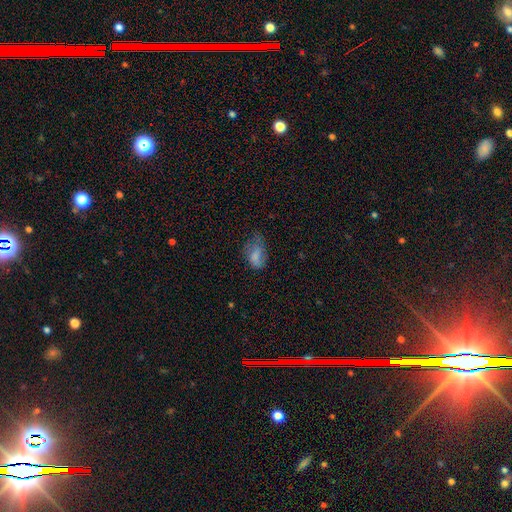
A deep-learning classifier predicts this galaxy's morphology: The model was most divided on "merging": none: 40%, minor disturbance: 33%, major disturbance: 24%, merger: 2%. More confident: how rounded — in between (87%); smooth or featured — smooth (73%).